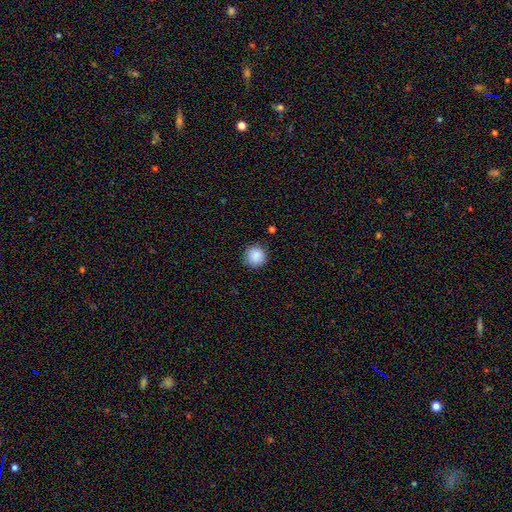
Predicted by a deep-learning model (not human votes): The model was most divided on "smooth or featured": smooth: 89%, star or artifact: 8%, featured or disk: 3%. More confident: how rounded — round (95%); merging — none (90%).